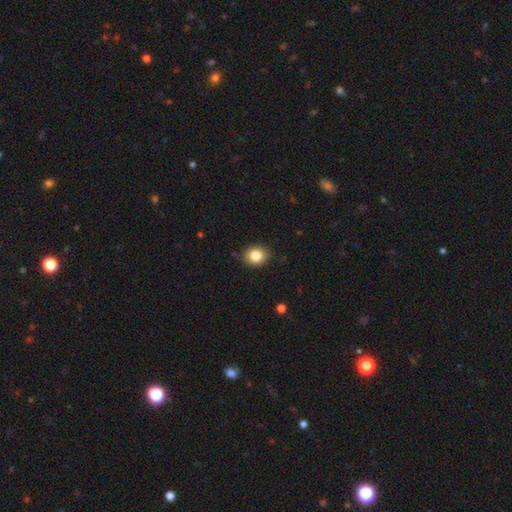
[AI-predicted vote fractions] Smooth or featured? smooth (84%)
How rounded? round (57%)
Merging? none (86%)